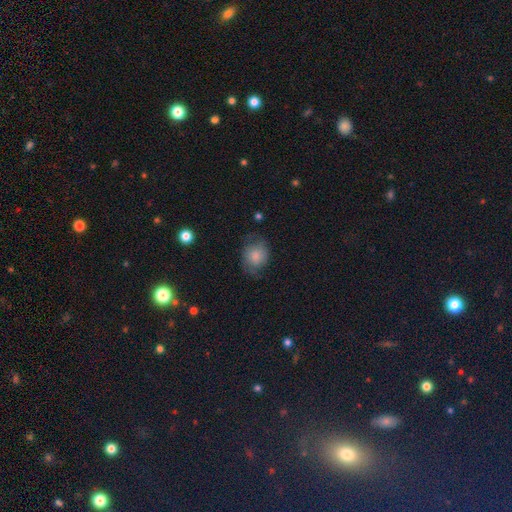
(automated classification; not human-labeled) Smooth or featured? Predicted: smooth (p=0.63). How rounded? Predicted: round (p=0.56). Merging? Predicted: none (p=0.60).